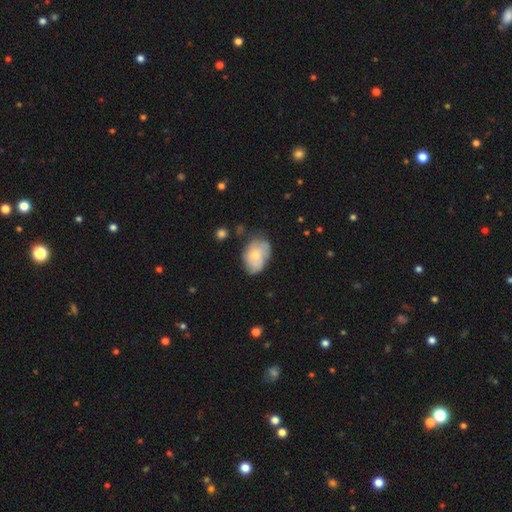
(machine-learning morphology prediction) A smooth galaxy with no disk features (53%) that is in between round and cigar-shaped (77%).

Vote fractions:
- Smooth or featured? smooth: 53% / featured or disk: 41% / star or artifact: 7%
- How rounded? in between: 77% / round: 21% / cigar-shaped: 1%
- Merging? none: 57% / minor disturbance: 31% / major disturbance: 9% / merger: 3%